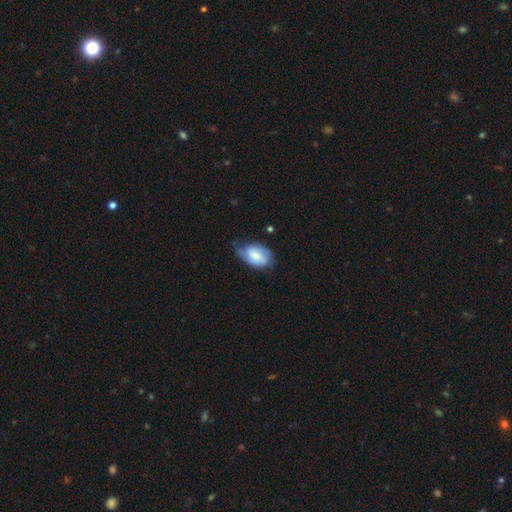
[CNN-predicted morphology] A smooth galaxy with no disk features (50%).

Vote fractions:
- Smooth or featured? smooth: 50% / featured or disk: 43% / star or artifact: 7%
- Merging? none: 52% / minor disturbance: 35% / major disturbance: 11% / merger: 2%